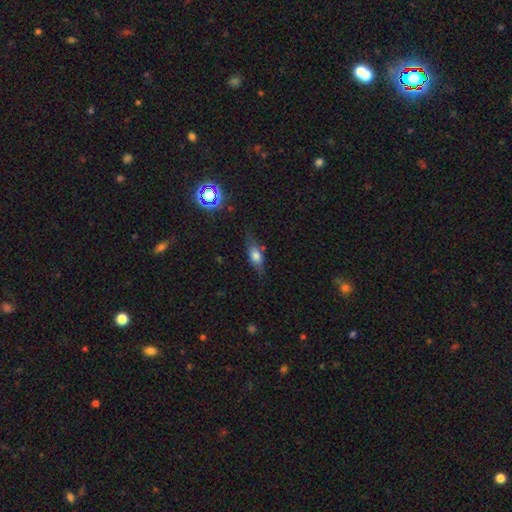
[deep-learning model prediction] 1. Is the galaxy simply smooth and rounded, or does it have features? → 59% smooth, 30% featured or disk, 11% star or artifact.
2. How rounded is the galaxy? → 67% in between, 26% cigar-shaped, 7% round.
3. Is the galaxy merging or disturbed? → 68% none, 22% minor disturbance, 7% major disturbance, 3% merger.